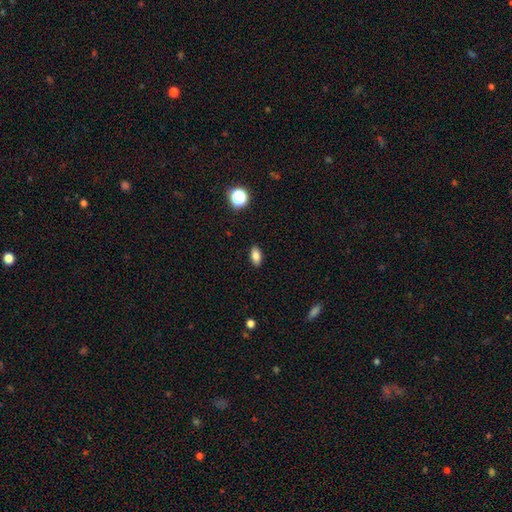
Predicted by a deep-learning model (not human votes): Smooth or featured? smooth (83%)
How rounded? in between (88%)
Merging? none (89%)